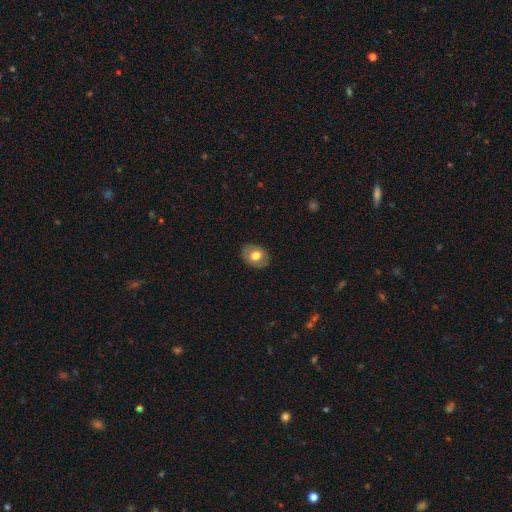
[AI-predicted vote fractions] smooth 69%, featured or disk 24%, star or artifact 7%. Down the decision tree: how rounded — in between (58%); merging — none (85%).